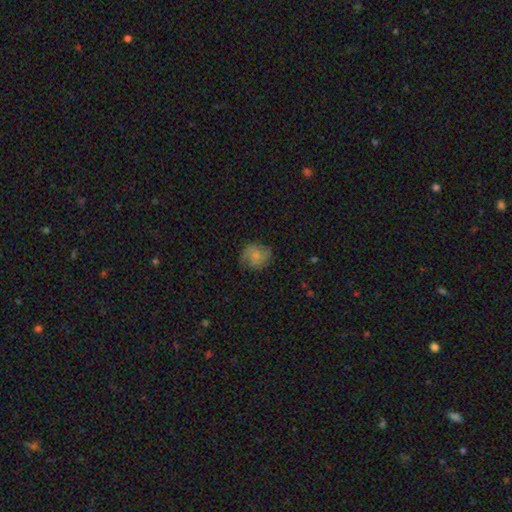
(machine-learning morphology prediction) The model was most divided on "smooth or featured": smooth: 61%, featured or disk: 30%, star or artifact: 9%. More confident: how rounded — round (78%); merging — none (68%).